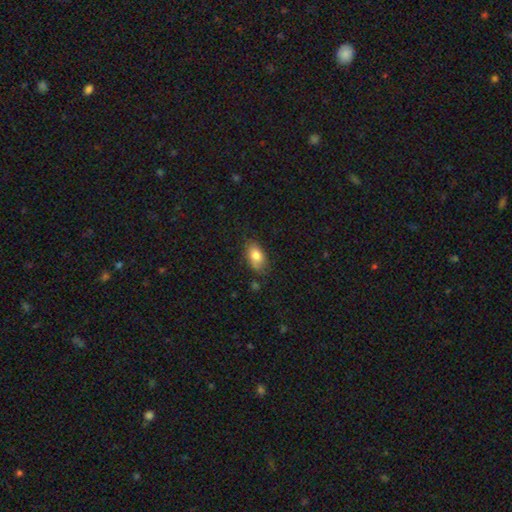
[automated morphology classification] type=smooth (81%); roundness=in between (89%); merging=none (73%).